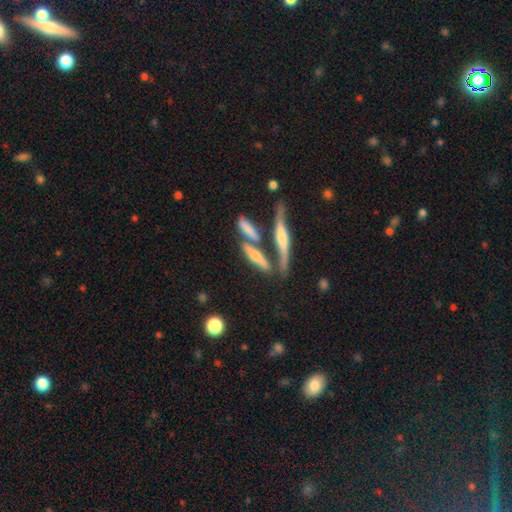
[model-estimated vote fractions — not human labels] A featured or disk galaxy (53%) viewed edge-on (80%).

Vote fractions:
- Smooth or featured? featured or disk: 53% / smooth: 38% / star or artifact: 8%
- Edge-on disk? yes: 80% / no: 20%
- Merging? none: 48% / merger: 32% / minor disturbance: 14% / major disturbance: 6%